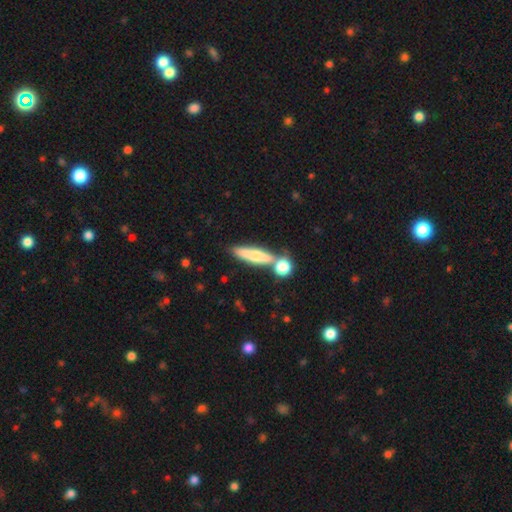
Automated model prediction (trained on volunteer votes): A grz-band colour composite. It shows a smooth galaxy with no disk features (59%) that is cigar-shaped (75%). Merging: none (63%).